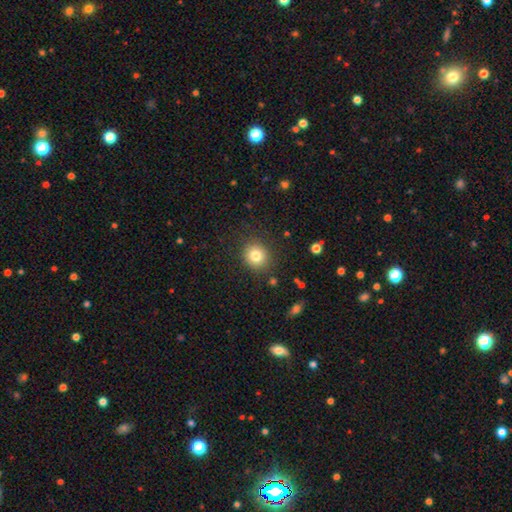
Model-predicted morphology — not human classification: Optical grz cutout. It shows a smooth galaxy with no disk features (81%) that is round (82%). Merging: none (86%).